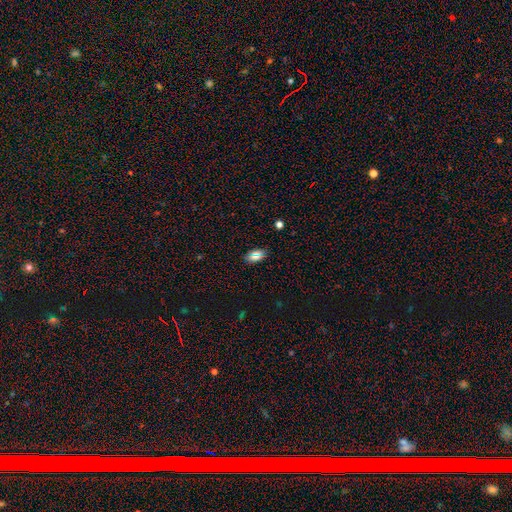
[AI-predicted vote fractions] Smooth or featured? smooth (71%)
How rounded? in between (89%)
Merging? none (84%)